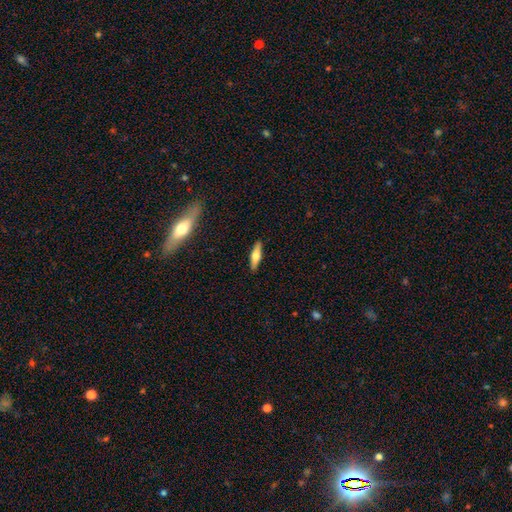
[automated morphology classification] The model was most divided on "smooth or featured": smooth: 53%, featured or disk: 41%, star or artifact: 7%. More confident: merging — none (89%); how rounded — cigar-shaped (63%).